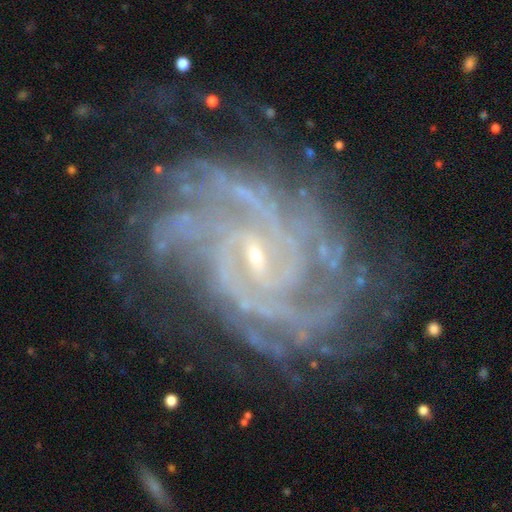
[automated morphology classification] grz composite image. It shows a featured or disk galaxy (92%) with a weak bar (49%), tight (63%) spiral arms (98%) and a small central bulge (81%). Merging: none (72%).